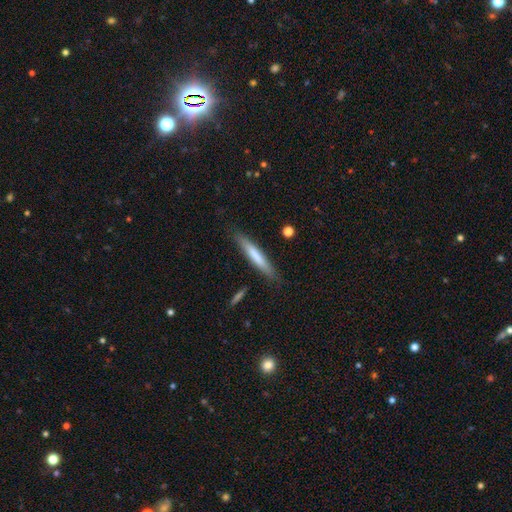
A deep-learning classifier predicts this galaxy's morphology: type=smooth (68%); roundness=cigar-shaped (93%); merging=none (85%).